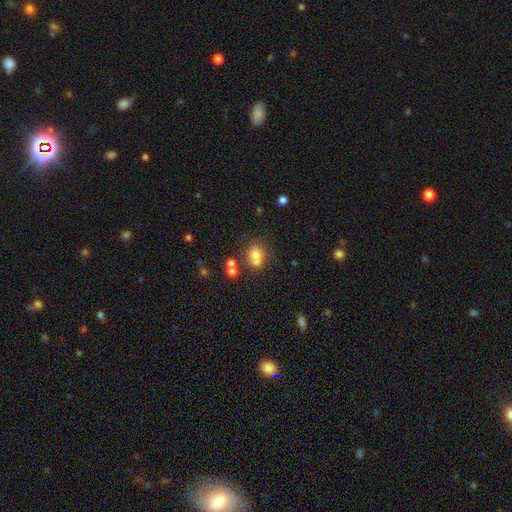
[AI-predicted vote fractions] Smooth or featured? Predicted: smooth (p=0.69). How rounded? Predicted: round (p=0.57). Merging? Predicted: none (p=0.42).